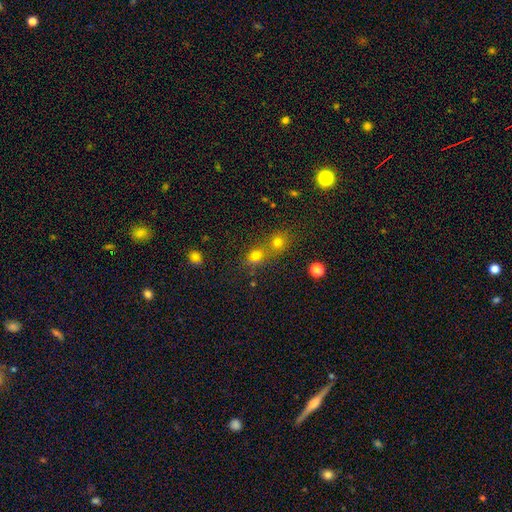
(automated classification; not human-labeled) smooth 69%, star or artifact 21%, featured or disk 10%. Down the decision tree: how rounded — round (71%); merging — merger (52%).